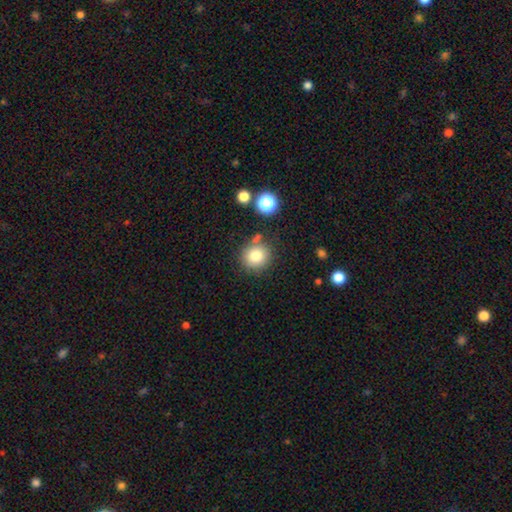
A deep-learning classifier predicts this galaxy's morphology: Smooth or featured? Predicted: smooth (p=0.81). How rounded? Predicted: round (p=0.88). Merging? Predicted: none (p=0.77).